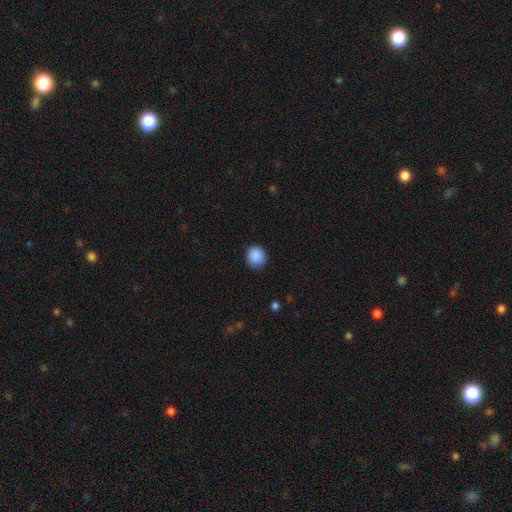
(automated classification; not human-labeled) smooth_or_featured: smooth (p=0.89) [alt: star or artifact p=0.08]
how_rounded: round (p=0.86) [alt: in between p=0.13]
merging: none (p=0.88) [alt: minor disturbance p=0.09]